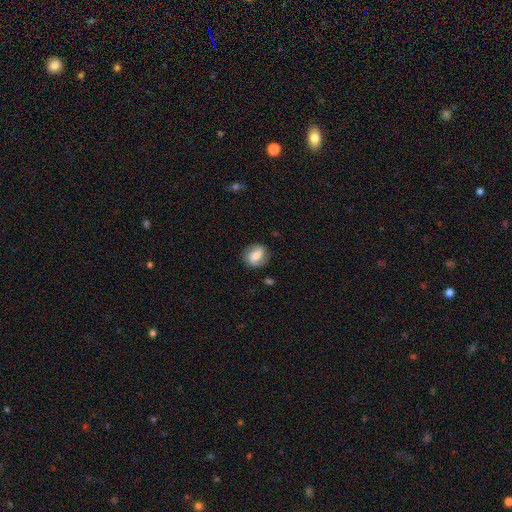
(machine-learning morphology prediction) type=smooth (58%); roundness=round (61%); merging=none (81%).